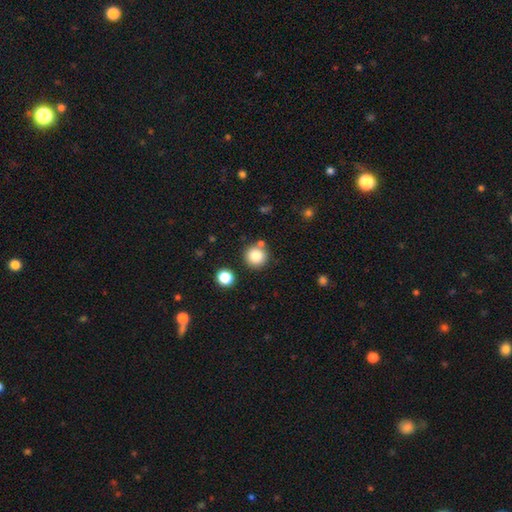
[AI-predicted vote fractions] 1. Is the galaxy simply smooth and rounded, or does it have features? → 82% smooth, 11% star or artifact, 7% featured or disk.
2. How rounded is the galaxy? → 94% round, 5% in between, 1% cigar-shaped.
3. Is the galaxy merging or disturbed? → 79% none, 10% merger, 8% minor disturbance, 3% major disturbance.